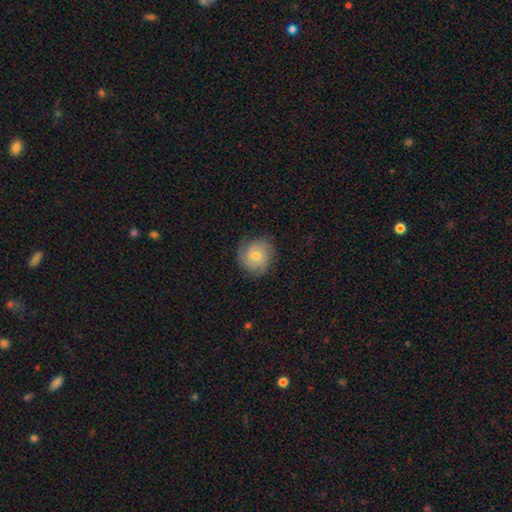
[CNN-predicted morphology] Smooth or featured?
  - featured or disk: 54% *
  - smooth: 37%
  - star or artifact: 9%
Edge-on disk?
  - no: 97% *
  - yes: 3%
Bar?
  - no: 68% *
  - weak: 27%
  - strong: 5%
Spiral arms?
  - yes: 87% *
  - no: 13%
Bulge size?
  - moderate: 49% *
  - small: 46%
  - large: 2%
  - none: 2%
  - dominant: 1%
Merging?
  - none: 80% *
  - minor disturbance: 15%
  - major disturbance: 5%
  - merger: 1%